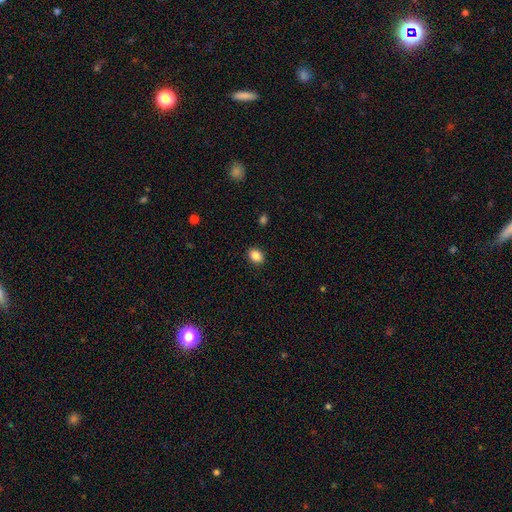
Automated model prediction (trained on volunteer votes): Overall: smooth (87%). How rounded: in between (54%; round 45%). Merging: none (90%).